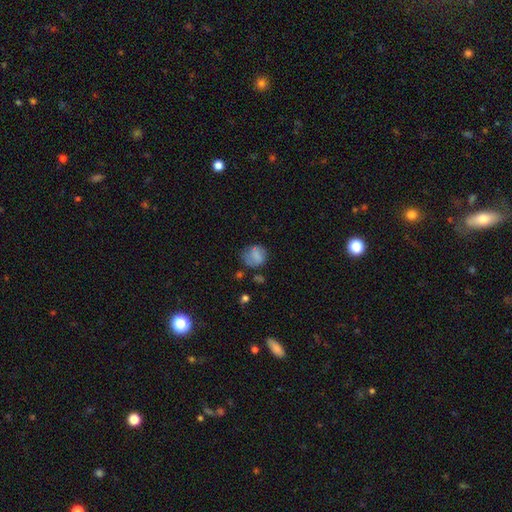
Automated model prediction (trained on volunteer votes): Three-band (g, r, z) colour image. It shows a smooth galaxy with no disk features (75%) that is round (69%). Merging: none (56%).